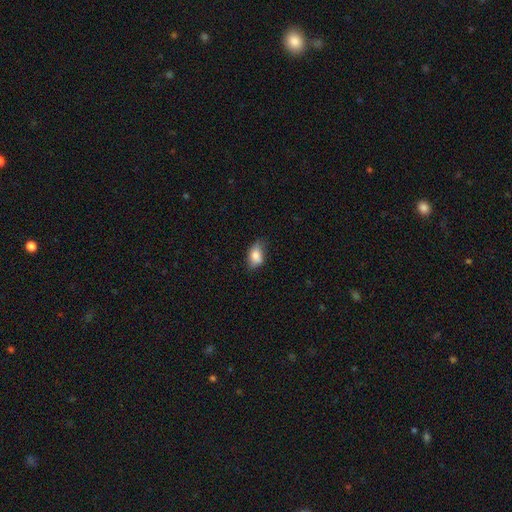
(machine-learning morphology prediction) smooth_or_featured: smooth (p=0.81) [alt: featured or disk p=0.11]
how_rounded: in between (p=0.86) [alt: round p=0.11]
merging: none (p=0.58) [alt: minor disturbance p=0.32]